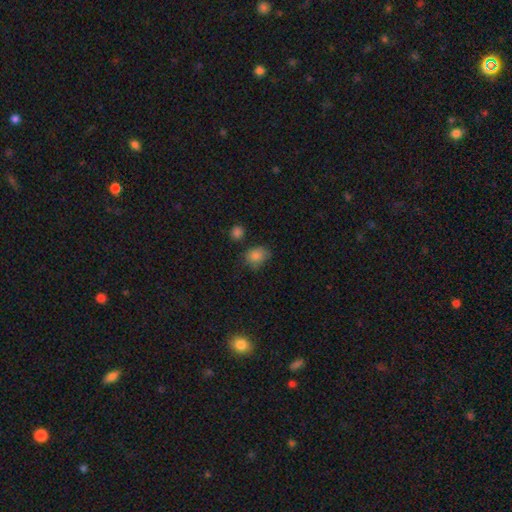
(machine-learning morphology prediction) smooth 82%, star or artifact 10%, featured or disk 8%. Down the decision tree: how rounded — in between (54%); merging — none (58%).